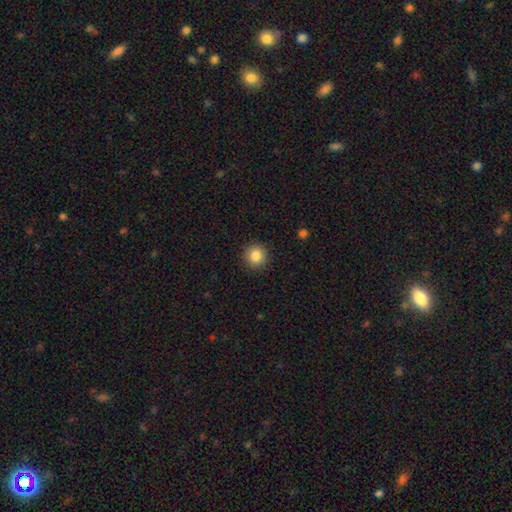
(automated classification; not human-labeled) This appears to be a smooth galaxy with no disk features (85%) that is round (93%). Merging: none (91%).